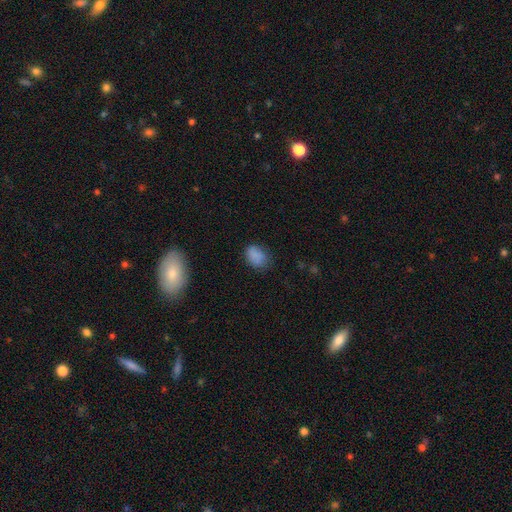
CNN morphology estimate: smooth_or_featured: smooth (p=0.84) [alt: star or artifact p=0.11]
how_rounded: in between (p=0.71) [alt: round p=0.28]
merging: none (p=0.70) [alt: minor disturbance p=0.22]